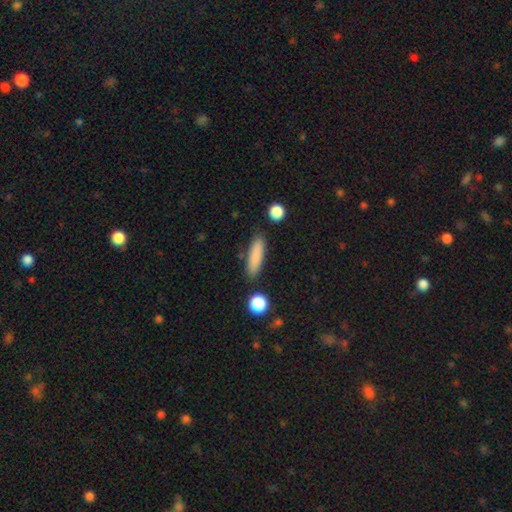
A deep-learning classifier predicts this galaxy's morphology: Smooth or featured? Predicted: smooth (p=0.84). How rounded? Predicted: cigar-shaped (p=0.73). Merging? Predicted: none (p=0.84).